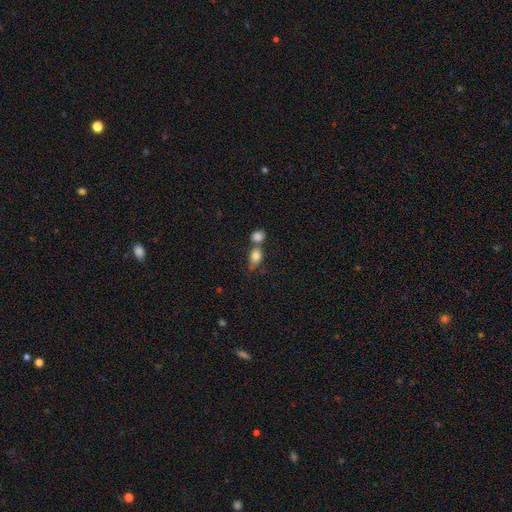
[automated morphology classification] smooth_or_featured: smooth (p=0.81) [alt: featured or disk p=0.10]
how_rounded: in between (p=0.70) [alt: round p=0.26]
merging: merger (p=0.51) [alt: none p=0.31]